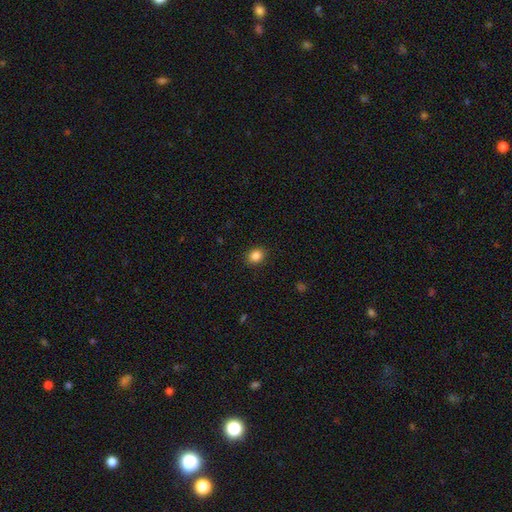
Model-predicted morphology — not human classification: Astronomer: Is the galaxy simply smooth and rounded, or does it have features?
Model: smooth — 86%.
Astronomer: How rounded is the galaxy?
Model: round — 62% (runner-up: in between, 37%).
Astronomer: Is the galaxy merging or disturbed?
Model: none — 90%.